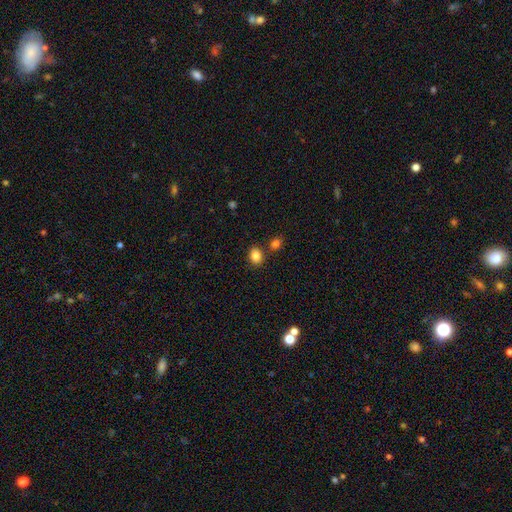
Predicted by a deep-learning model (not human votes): Q: Smooth or featured?
A: smooth (85%); runner-up: star or artifact (10%)
Q: How rounded?
A: in between (51%); runner-up: round (48%)
Q: Merging?
A: none (78%); runner-up: merger (10%)